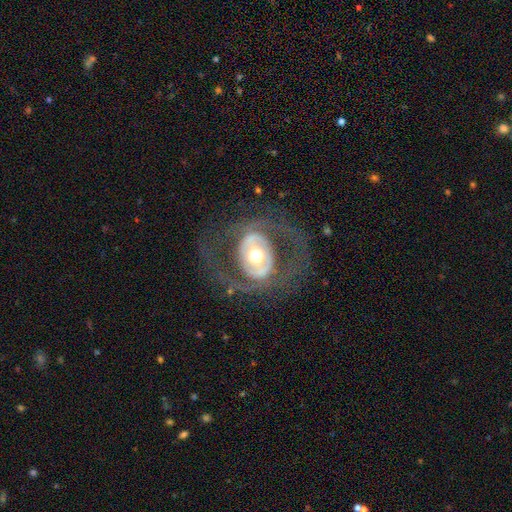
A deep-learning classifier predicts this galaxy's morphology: A featured or disk galaxy (78%) with no bar (57%), spiral arms (59%) and a moderate central bulge (67%). Merging: none (66%).